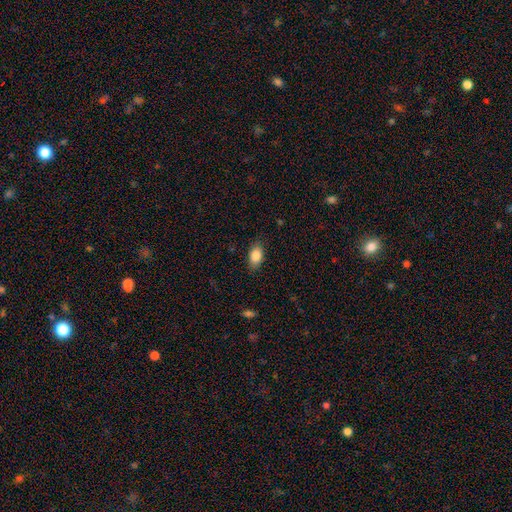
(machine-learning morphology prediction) Smooth or featured? Predicted: smooth (p=0.86). How rounded? Predicted: in between (p=0.89). Merging? Predicted: none (p=0.84).